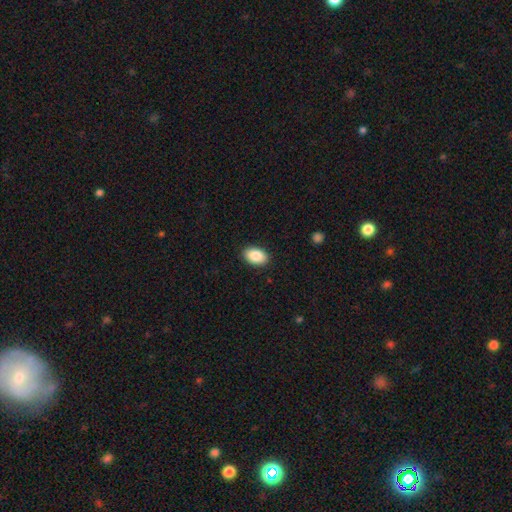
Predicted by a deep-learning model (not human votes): Smooth or featured: smooth — 88% (star or artifact — 7%)
How rounded: in between — 91% (round — 8%)
Merging: none — 90% (minor disturbance — 7%)